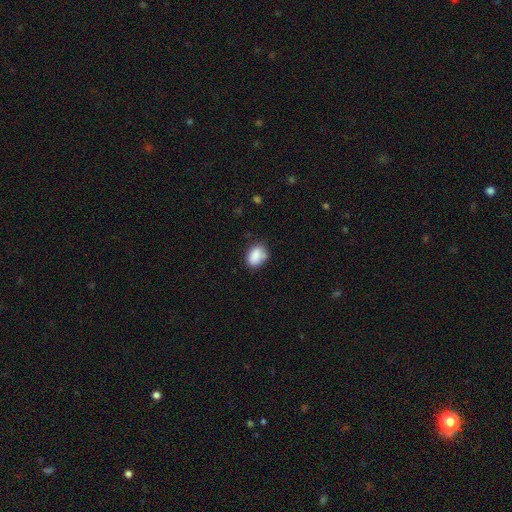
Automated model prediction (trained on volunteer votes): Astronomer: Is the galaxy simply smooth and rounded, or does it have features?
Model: smooth — 86%.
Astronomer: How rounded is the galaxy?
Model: in between — 71%.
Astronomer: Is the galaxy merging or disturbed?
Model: none — 69%.